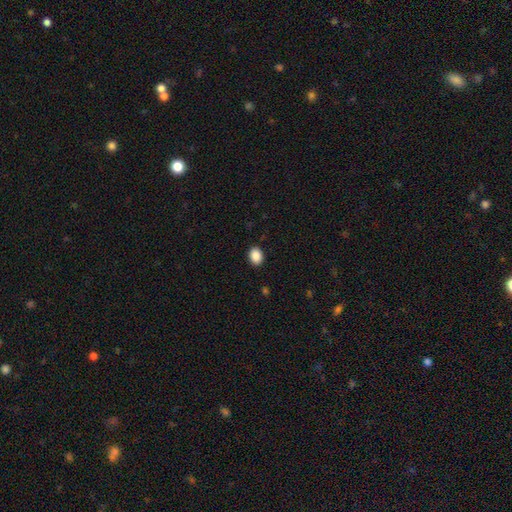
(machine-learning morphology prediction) Overall: smooth (89%). How rounded: in between (65%; round 34%). Merging: none (90%).